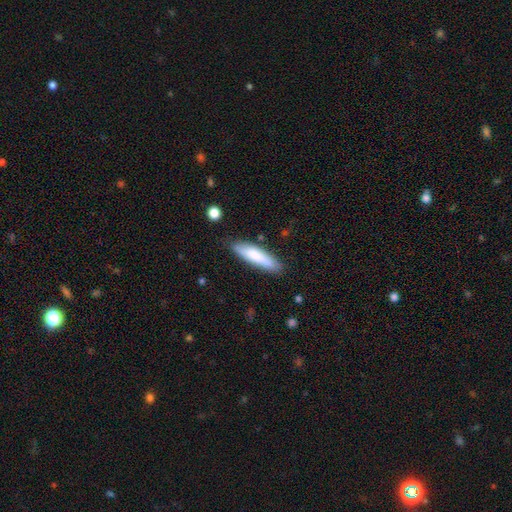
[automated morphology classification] Smooth or featured? Predicted: smooth (p=0.77). How rounded? Predicted: cigar-shaped (p=0.71). Merging? Predicted: none (p=0.80).